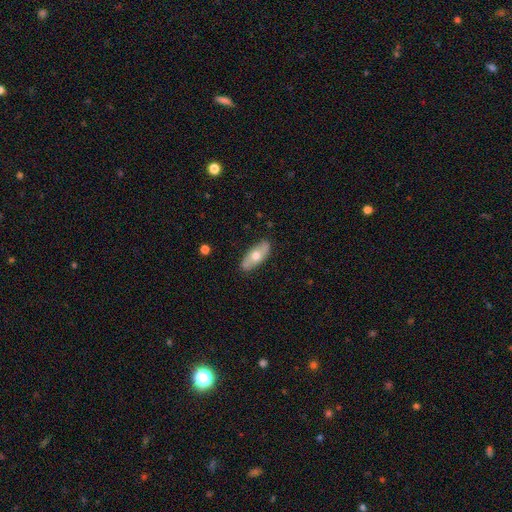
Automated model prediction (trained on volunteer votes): The model was most divided on "smooth or featured": smooth: 60%, featured or disk: 35%, star or artifact: 6%. More confident: merging — none (85%); how rounded — in between (79%).